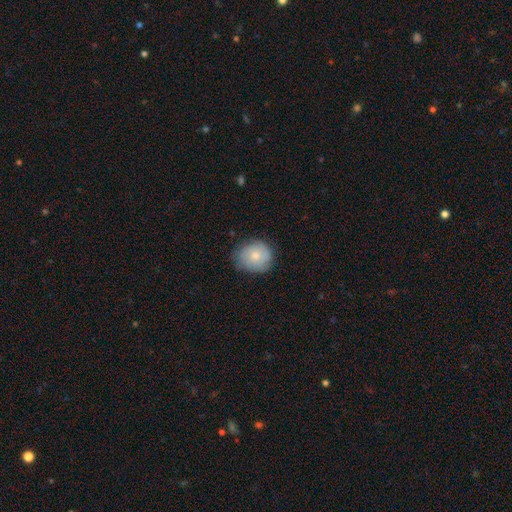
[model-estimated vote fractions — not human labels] Smooth or featured? Predicted: smooth (p=0.66). How rounded? Predicted: round (p=0.76). Merging? Predicted: none (p=0.75).